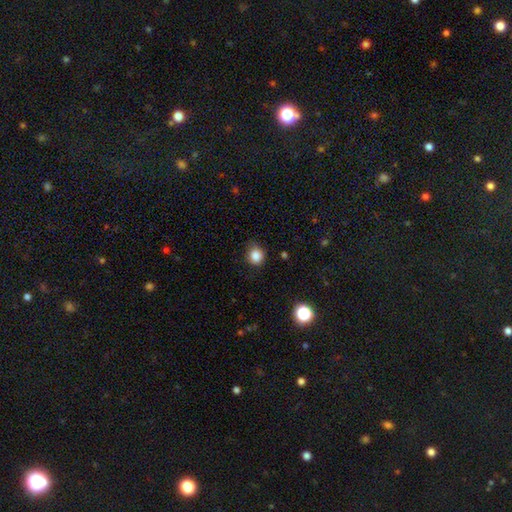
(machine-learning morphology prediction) smooth 85%, star or artifact 11%, featured or disk 3%. Down the decision tree: how rounded — round (84%); merging — none (81%).